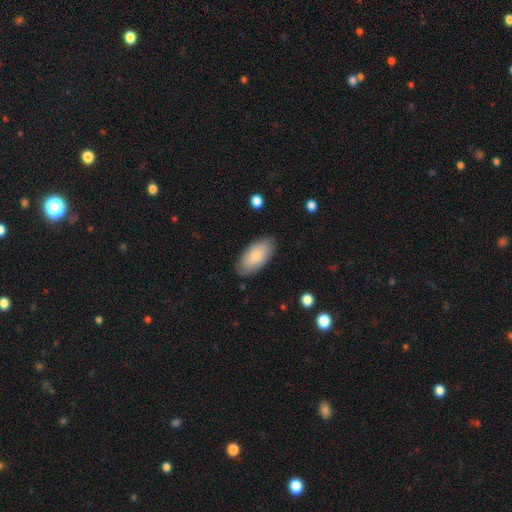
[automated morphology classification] A smooth galaxy with no disk features (81%) that is in between round and cigar-shaped (94%).

Vote fractions:
- Smooth or featured? smooth: 81% / featured or disk: 13% / star or artifact: 6%
- How rounded? in between: 94% / cigar-shaped: 4% / round: 2%
- Merging? none: 84% / minor disturbance: 12% / major disturbance: 3% / merger: 1%